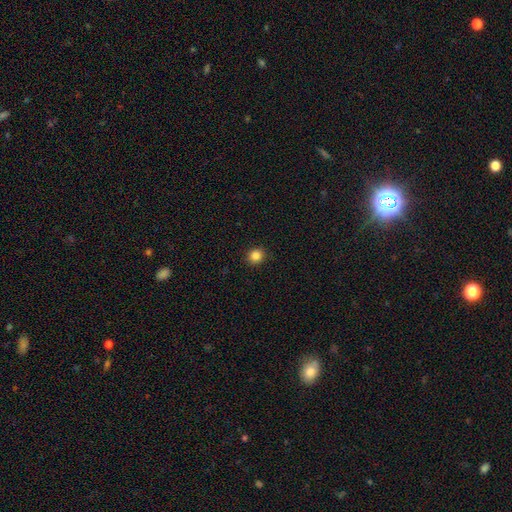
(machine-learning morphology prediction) This appears to be a smooth galaxy with no disk features (84%) that is round (88%). Merging: none (92%).